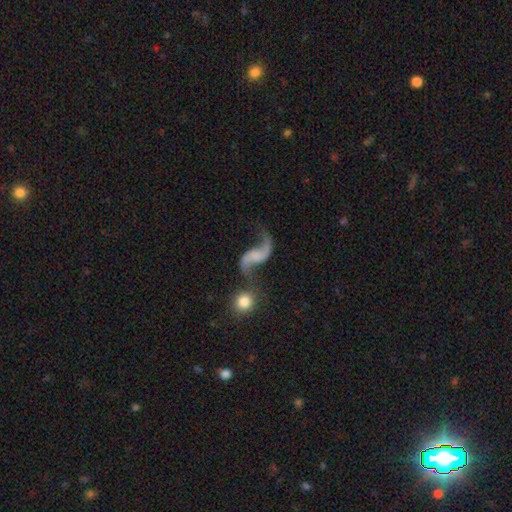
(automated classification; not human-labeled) The model was most divided on "bar": no: 55%, weak: 33%, strong: 12%. More confident: edge-on disk — no (97%); spiral arms — yes (94%); spiral winding — loose (93%); spiral arm count — 2 (92%); smooth or featured — featured or disk (85%); bulge size — none (59%); merging — none (55%).